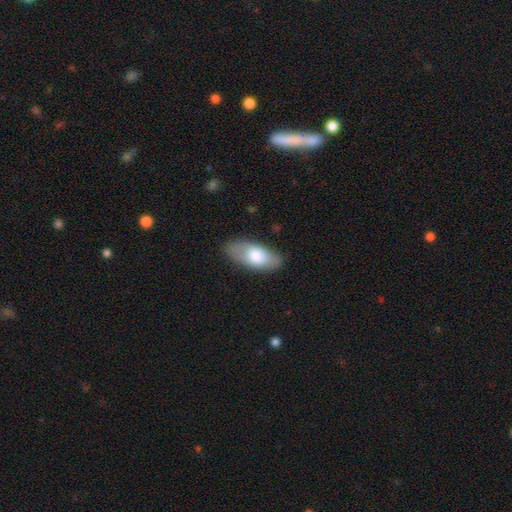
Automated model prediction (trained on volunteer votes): Overall: smooth (73%). How rounded: in between (89%). Merging: none (81%).